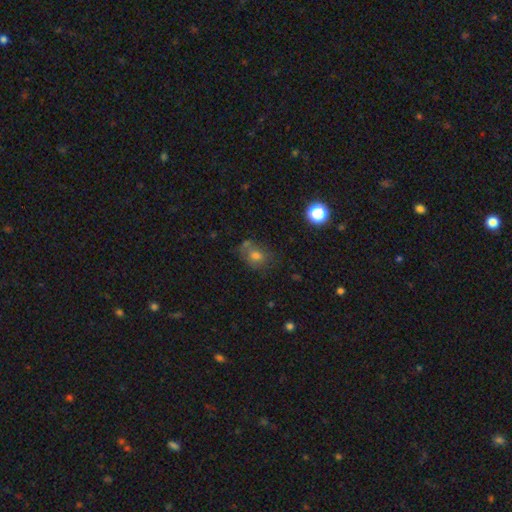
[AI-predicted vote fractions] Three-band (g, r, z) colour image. It shows a smooth galaxy with no disk features (66%) that is in between round and cigar-shaped (50%). Merging: none (50%).